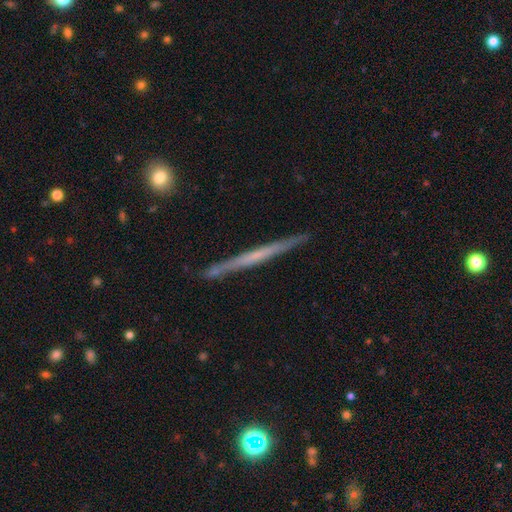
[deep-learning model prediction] smooth-or-featured: featured or disk: 62% | smooth: 33% | star or artifact: 6%
  disk-edge-on: yes: 97% | no: 3%
    edge-on-bulge: none: 84% | rounded: 10% | boxy: 6%
  merging: none: 88% | minor disturbance: 9% | major disturbance: 2% | merger: 2%